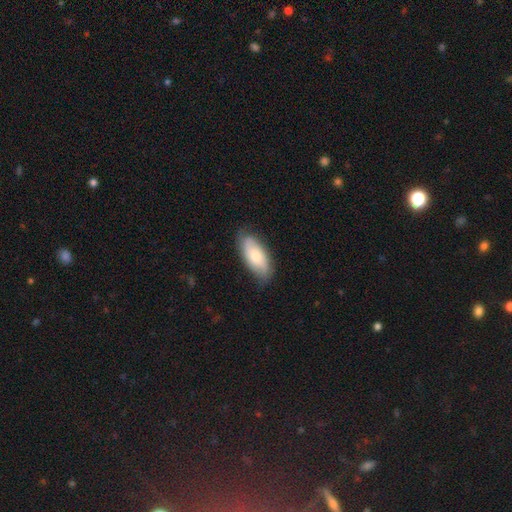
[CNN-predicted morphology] Smooth or featured? Predicted: smooth (p=0.64). How rounded? Predicted: in between (p=0.88). Merging? Predicted: none (p=0.78).